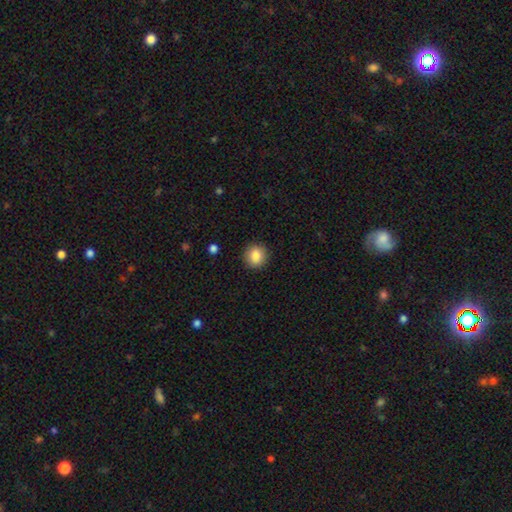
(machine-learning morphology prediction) Q: Smooth or featured?
A: smooth (85%); runner-up: star or artifact (9%)
Q: How rounded?
A: round (84%); runner-up: in between (15%)
Q: Merging?
A: none (90%); runner-up: minor disturbance (7%)